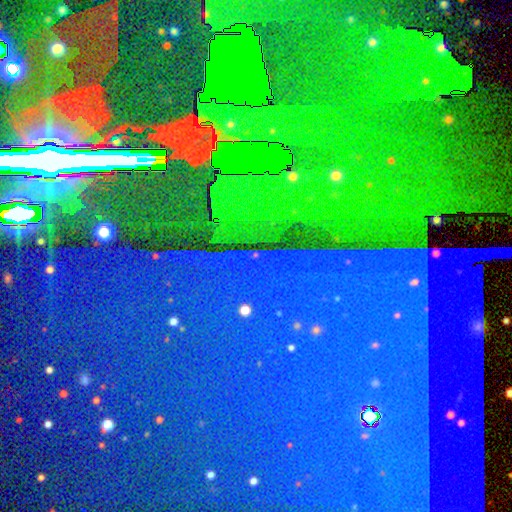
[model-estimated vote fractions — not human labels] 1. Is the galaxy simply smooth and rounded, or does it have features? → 83% star or artifact, 9% smooth, 9% featured or disk.